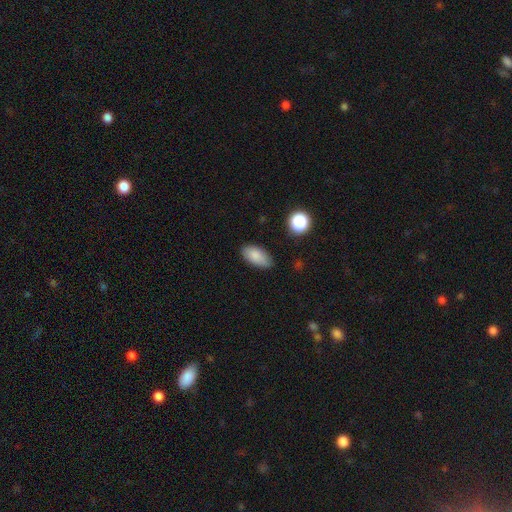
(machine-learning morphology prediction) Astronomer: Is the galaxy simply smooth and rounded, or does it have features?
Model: smooth — 85%.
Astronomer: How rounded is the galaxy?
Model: in between — 93%.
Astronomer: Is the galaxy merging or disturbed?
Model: none — 80%.